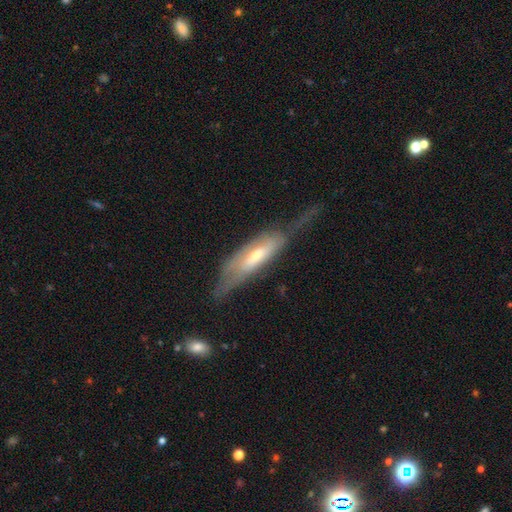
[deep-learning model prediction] Smooth or featured? Predicted: featured or disk (p=0.57). Edge-on disk? Predicted: yes (p=0.51). Merging? Predicted: none (p=0.36).